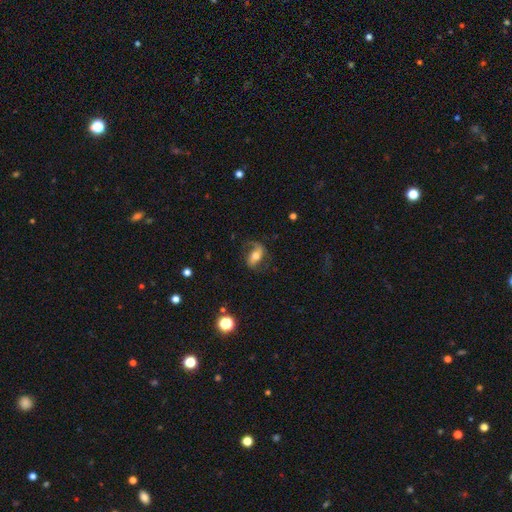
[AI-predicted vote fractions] smooth_or_featured: featured or disk (p=0.58) [alt: smooth p=0.34]
disk_edge_on: no (p=0.91) [alt: yes p=0.09]
bar: no (p=0.36) [alt: strong p=0.32]
has_spiral_arms: yes (p=0.84) [alt: no p=0.16]
bulge_size: moderate (p=0.66) [alt: small p=0.16]
merging: none (p=0.63) [alt: minor disturbance p=0.20]